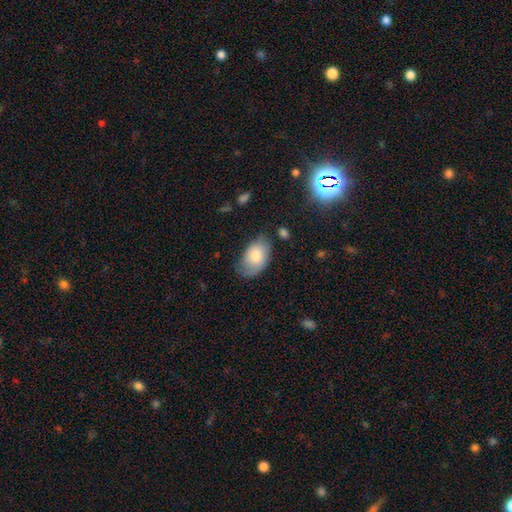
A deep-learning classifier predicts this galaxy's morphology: smooth-or-featured: smooth: 74% | featured or disk: 20% | star or artifact: 6%
  how-rounded: in between: 91% | round: 8% | cigar-shaped: 1%
  merging: none: 56% | minor disturbance: 32% | major disturbance: 10% | merger: 2%